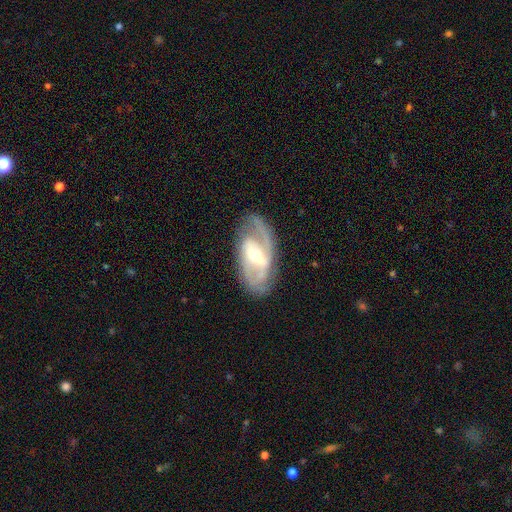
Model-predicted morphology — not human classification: Smooth or featured?
  - featured or disk: 87% *
  - smooth: 8%
  - star or artifact: 5%
Edge-on disk?
  - no: 94% *
  - yes: 6%
Bar?
  - strong: 52% *
  - weak: 37%
  - no: 11%
Spiral arms?
  - yes: 93% *
  - no: 7%
Spiral winding?
  - medium: 51% *
  - tight: 26%
  - loose: 23%
Spiral arm count?
  - 2: 83% *
  - can't tell: 7%
  - 1: 4%
  - 3: 4%
  - 4: 1%
  - more than 4: 1%
Bulge size?
  - moderate: 52% *
  - small: 42%
  - large: 4%
  - none: 1%
  - dominant: 1%
Merging?
  - none: 77% *
  - minor disturbance: 15%
  - major disturbance: 7%
  - merger: 1%